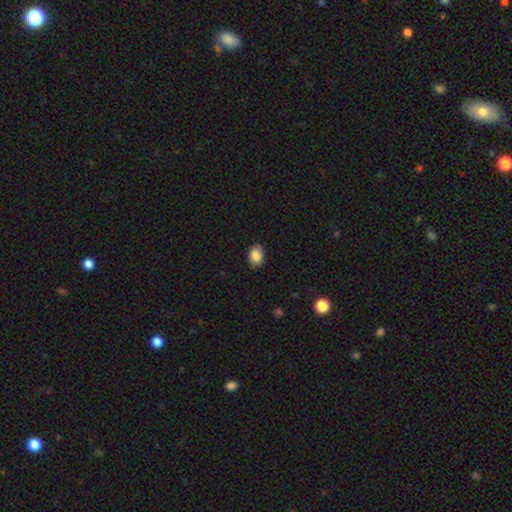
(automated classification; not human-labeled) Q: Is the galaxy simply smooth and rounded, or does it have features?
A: smooth — 87%.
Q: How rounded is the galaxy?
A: in between — 80%.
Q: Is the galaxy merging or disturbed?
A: none — 84%.